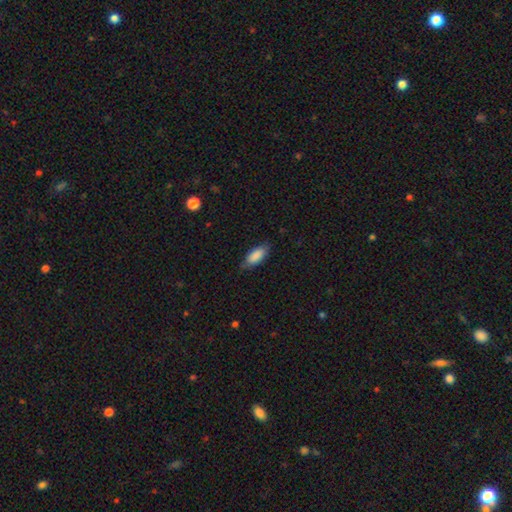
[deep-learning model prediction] Smooth or featured? smooth (87%)
How rounded? in between (83%)
Merging? none (76%)